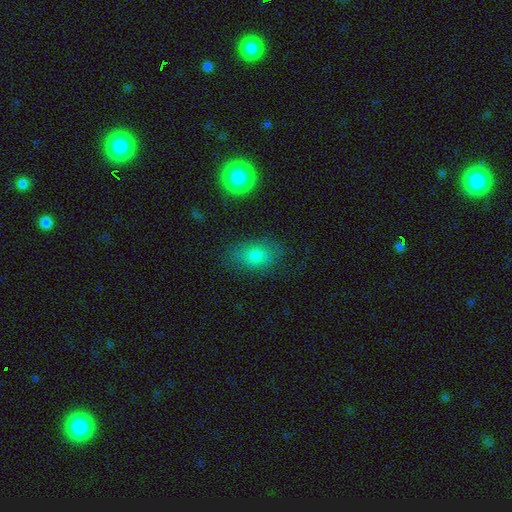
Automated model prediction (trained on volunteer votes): Smooth or featured?
  - smooth: 77% *
  - featured or disk: 12%
  - star or artifact: 11%
How rounded?
  - in between: 81% *
  - round: 16%
  - cigar-shaped: 2%
Merging?
  - none: 75% *
  - minor disturbance: 17%
  - major disturbance: 6%
  - merger: 2%